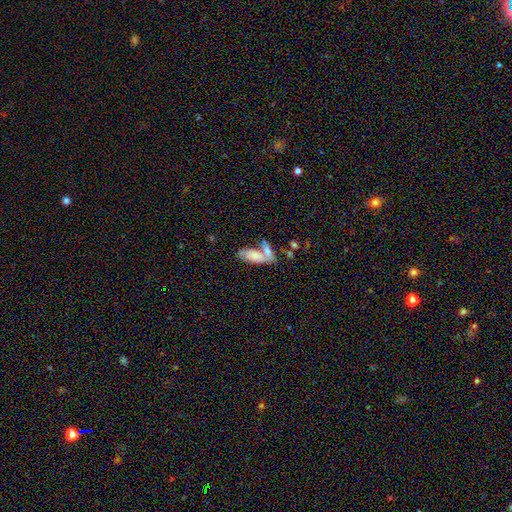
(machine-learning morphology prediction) smooth-or-featured: smooth: 69% | featured or disk: 24% | star or artifact: 7%
  how-rounded: in between: 77% | cigar-shaped: 20% | round: 2%
  merging: merger: 47% | none: 36% | minor disturbance: 12% | major disturbance: 5%